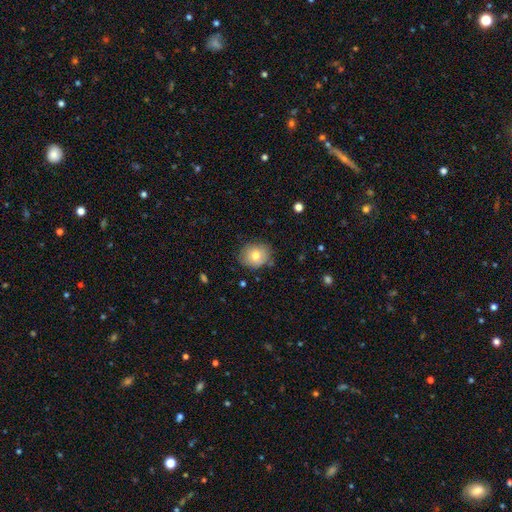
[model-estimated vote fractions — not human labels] Overall: smooth (73%). How rounded: round (73%). Merging: none (79%).